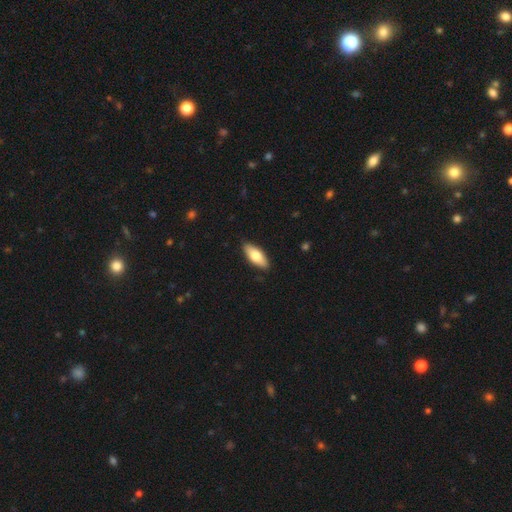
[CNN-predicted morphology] A smooth galaxy with no disk features (71%) that is in between round and cigar-shaped (76%). Merging: none (89%).